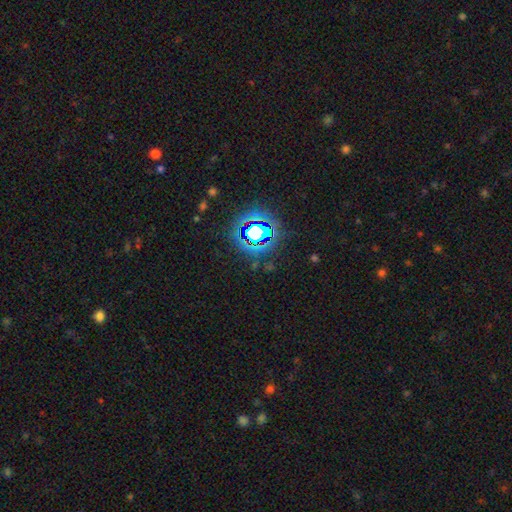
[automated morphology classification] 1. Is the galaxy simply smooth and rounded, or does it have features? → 81% star or artifact, 11% smooth, 8% featured or disk.